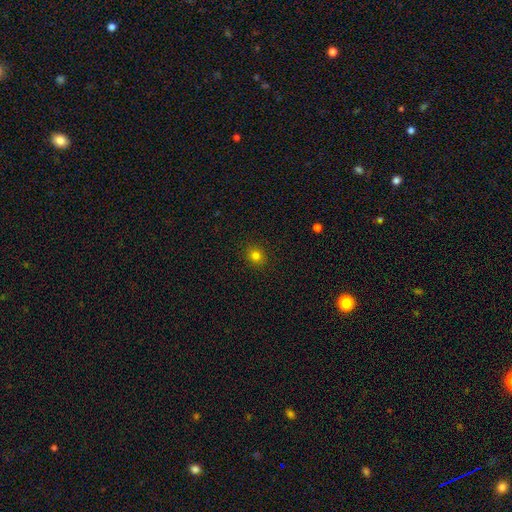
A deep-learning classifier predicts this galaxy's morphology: smooth_or_featured: smooth (p=0.81) [alt: star or artifact p=0.14]
how_rounded: round (p=0.78) [alt: in between p=0.21]
merging: none (p=0.90) [alt: minor disturbance p=0.07]